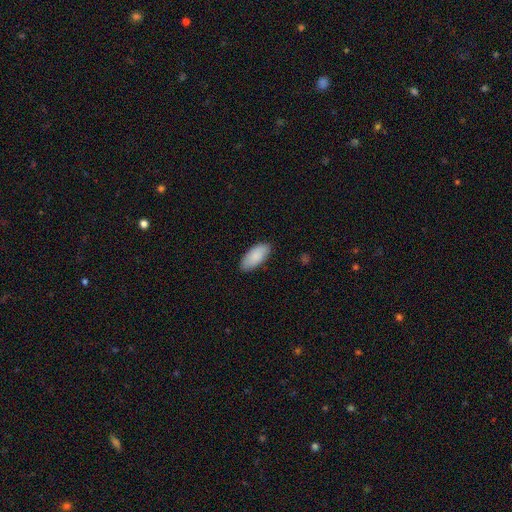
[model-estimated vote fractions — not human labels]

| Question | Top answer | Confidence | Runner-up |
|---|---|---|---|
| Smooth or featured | smooth | 87% | featured or disk (7%) |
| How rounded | in between | 90% | cigar-shaped (9%) |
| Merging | none | 85% | minor disturbance (12%) |